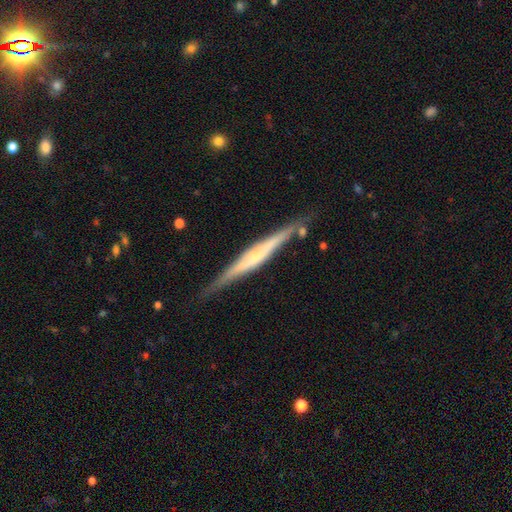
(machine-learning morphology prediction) Q: Smooth or featured?
A: featured or disk (71%); runner-up: smooth (23%)
Q: Edge-on disk?
A: yes (97%); runner-up: no (3%)
Q: Edge-on bulge?
A: rounded (57%); runner-up: none (26%)
Q: Merging?
A: none (82%); runner-up: minor disturbance (13%)